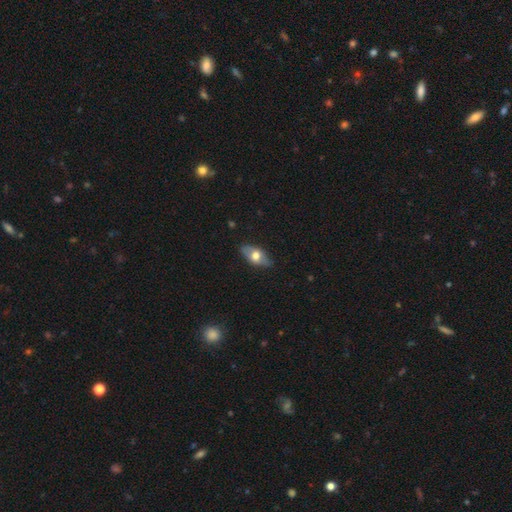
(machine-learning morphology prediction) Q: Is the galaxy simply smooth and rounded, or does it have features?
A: smooth — 59%.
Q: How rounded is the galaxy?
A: in between — 89%.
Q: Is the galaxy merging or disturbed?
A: none — 82%.